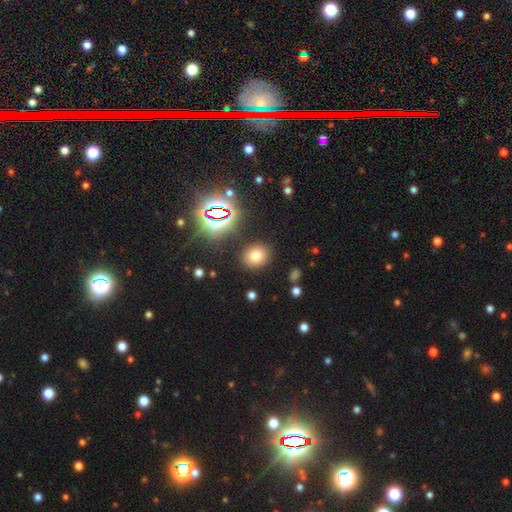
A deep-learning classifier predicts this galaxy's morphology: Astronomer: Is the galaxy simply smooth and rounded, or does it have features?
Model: smooth — 70%.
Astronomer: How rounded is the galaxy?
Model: round — 61% (runner-up: in between, 38%).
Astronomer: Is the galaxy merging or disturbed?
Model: none — 87%.